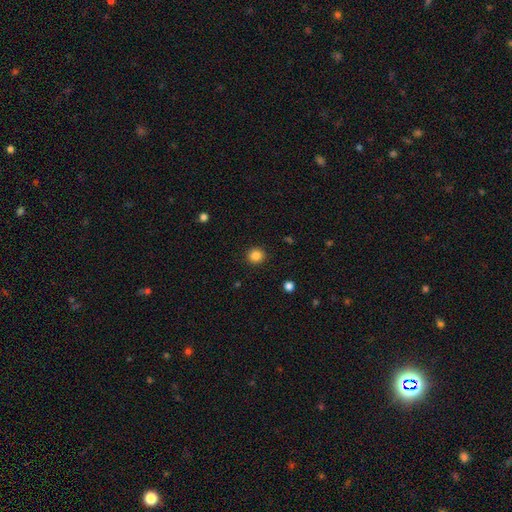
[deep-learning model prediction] This appears to be a smooth galaxy with no disk features (85%) that is round (91%). Merging: none (92%).